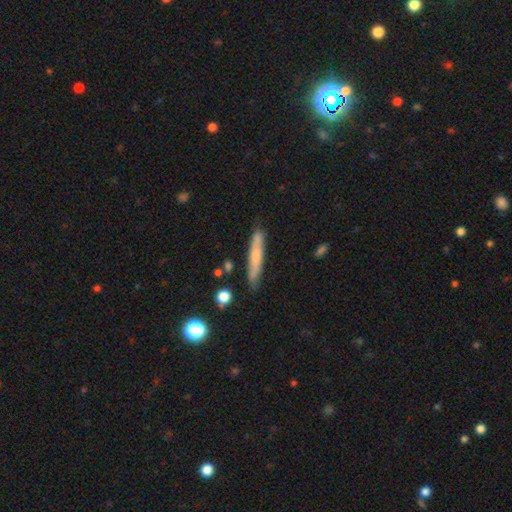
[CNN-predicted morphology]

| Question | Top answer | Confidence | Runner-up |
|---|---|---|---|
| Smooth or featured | smooth | 62% | featured or disk (31%) |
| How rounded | cigar-shaped | 93% | in between (5%) |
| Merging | none | 81% | minor disturbance (14%) |